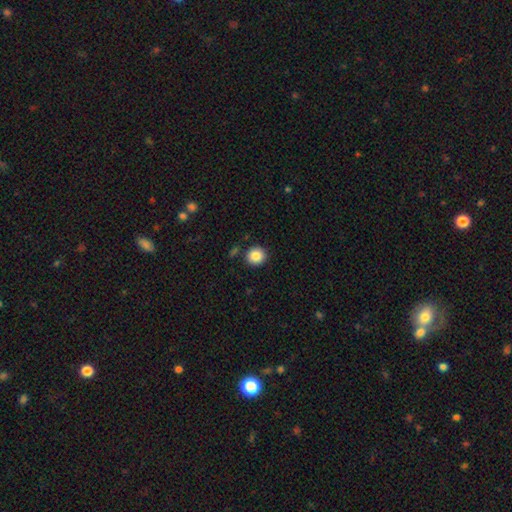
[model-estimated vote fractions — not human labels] Smooth or featured: smooth — 86% (star or artifact — 9%)
How rounded: round — 91% (in between — 8%)
Merging: none — 88% (minor disturbance — 7%)